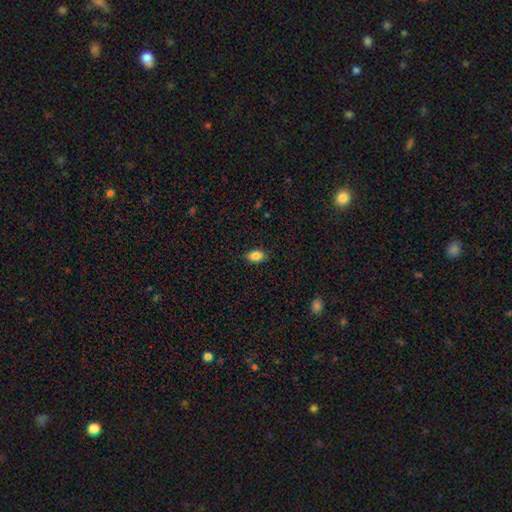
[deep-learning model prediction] Smooth or featured? smooth (85%)
How rounded? in between (84%)
Merging? none (87%)